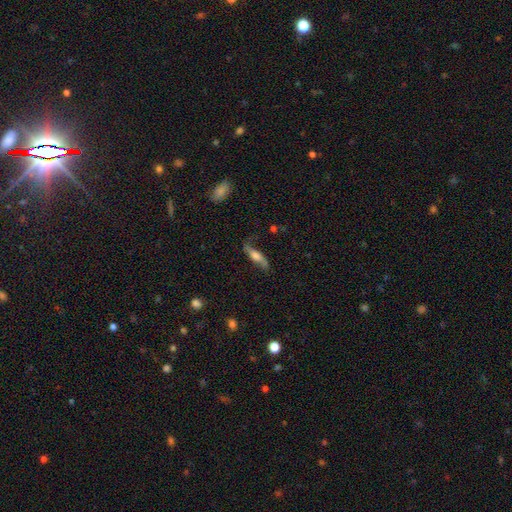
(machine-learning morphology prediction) Q: Smooth or featured?
A: featured or disk (54%); runner-up: smooth (38%)
Q: Edge-on disk?
A: no (52%); runner-up: yes (48%)
Q: Merging?
A: none (66%); runner-up: minor disturbance (21%)